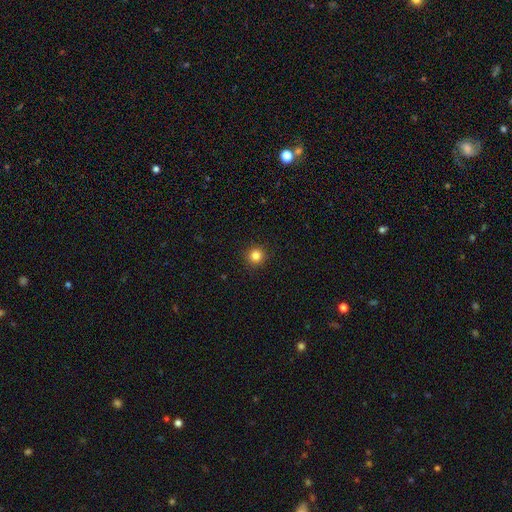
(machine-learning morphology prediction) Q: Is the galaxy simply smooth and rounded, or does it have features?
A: smooth — 84%.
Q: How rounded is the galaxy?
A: round — 95%.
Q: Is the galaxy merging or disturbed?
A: none — 92%.